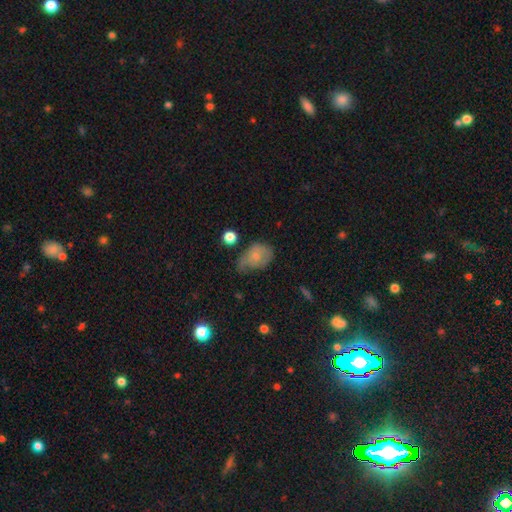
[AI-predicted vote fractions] A smooth galaxy with no disk features (63%) that is in between round and cigar-shaped (71%). Merging: minor disturbance (42%).